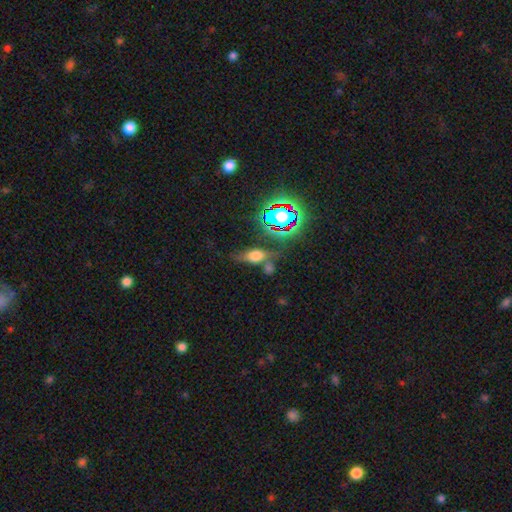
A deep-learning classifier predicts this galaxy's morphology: Overall: smooth (56%; star or artifact 26%). How rounded: in between (73%). Merging: none (55%; minor disturbance 19%).